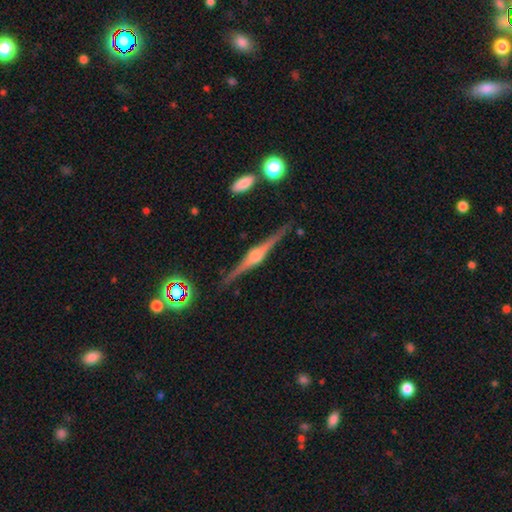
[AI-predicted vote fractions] Q: Smooth or featured?
A: featured or disk (87%); runner-up: smooth (8%)
Q: Edge-on disk?
A: yes (98%); runner-up: no (2%)
Q: Edge-on bulge?
A: rounded (90%); runner-up: boxy (8%)
Q: Merging?
A: none (88%); runner-up: minor disturbance (8%)